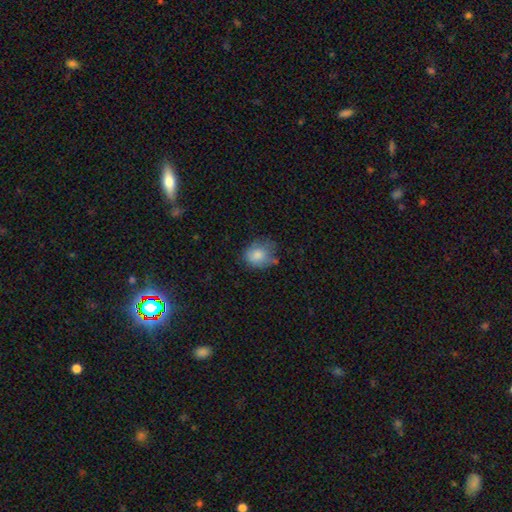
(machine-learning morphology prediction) A smooth galaxy with no disk features (78%) that is round (65%).

Vote fractions:
- Smooth or featured? smooth: 78% / featured or disk: 11% / star or artifact: 10%
- How rounded? round: 65% / in between: 34% / cigar-shaped: 1%
- Merging? none: 58% / minor disturbance: 30% / major disturbance: 9% / merger: 3%